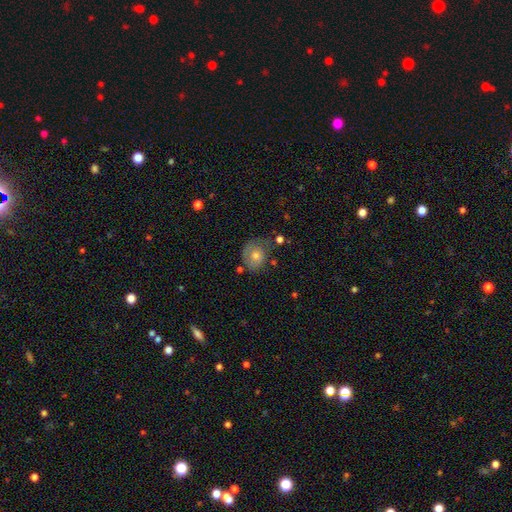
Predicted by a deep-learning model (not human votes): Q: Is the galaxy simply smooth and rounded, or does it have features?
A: smooth — 52%.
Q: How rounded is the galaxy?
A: round — 64%.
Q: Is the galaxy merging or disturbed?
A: none — 59%.